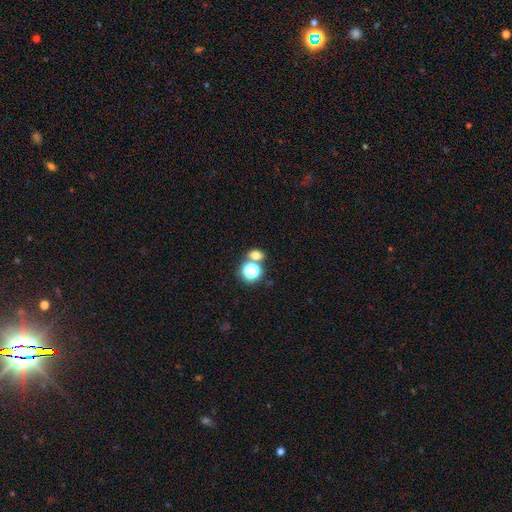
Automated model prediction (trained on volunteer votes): This is likely a smooth galaxy (68%). How rounded: possibly round (50%). Merging: likely none (62%).